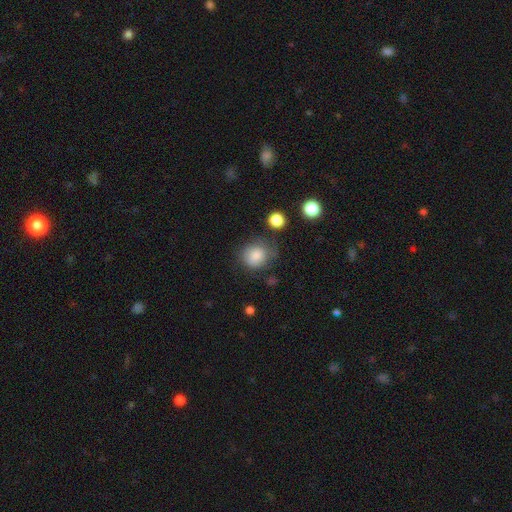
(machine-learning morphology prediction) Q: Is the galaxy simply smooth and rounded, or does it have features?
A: smooth — 82%.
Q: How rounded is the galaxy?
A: round — 82%.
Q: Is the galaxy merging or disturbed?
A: none — 64%.